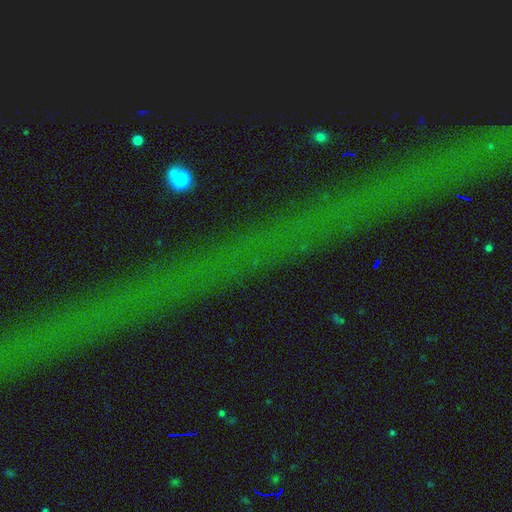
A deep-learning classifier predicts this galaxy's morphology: This is likely a star or artifact rather than a galaxy (79%).